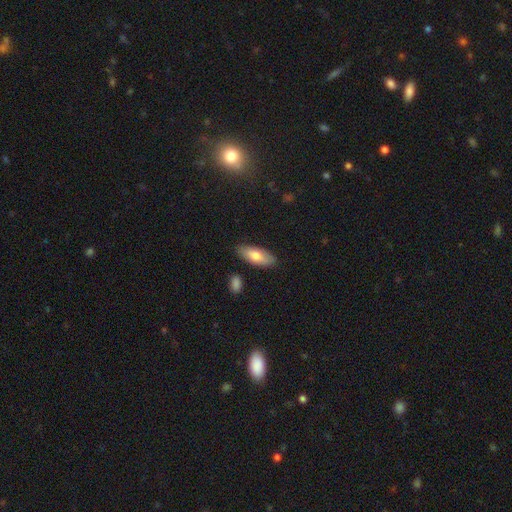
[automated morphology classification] Smooth or featured: smooth — 74% (featured or disk — 20%)
How rounded: in between — 78% (cigar-shaped — 19%)
Merging: none — 84% (minor disturbance — 11%)